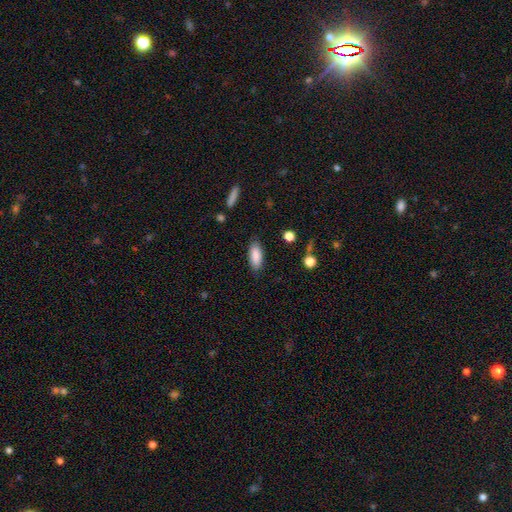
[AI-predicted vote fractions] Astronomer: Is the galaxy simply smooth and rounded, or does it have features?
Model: smooth — 88%.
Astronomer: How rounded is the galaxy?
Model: in between — 79%.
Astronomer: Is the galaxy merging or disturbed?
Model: none — 85%.